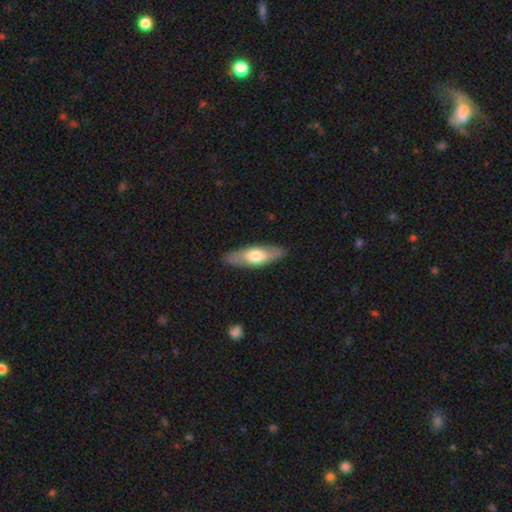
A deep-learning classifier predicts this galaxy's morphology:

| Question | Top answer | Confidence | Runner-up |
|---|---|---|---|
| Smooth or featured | smooth | 57% | featured or disk (37%) |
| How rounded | in between | 61% | cigar-shaped (37%) |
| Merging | none | 86% | minor disturbance (10%) |